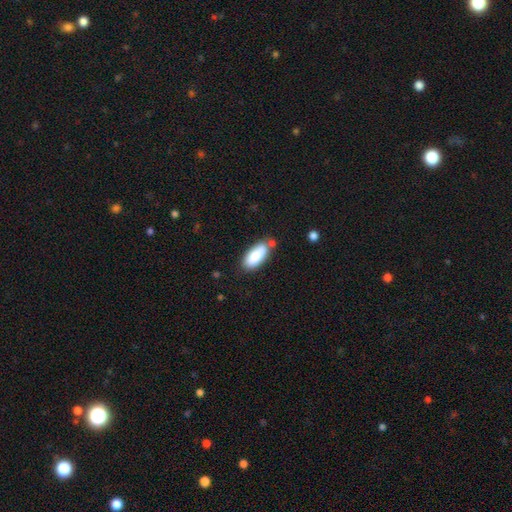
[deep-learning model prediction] Q: Smooth or featured?
A: smooth (86%); runner-up: featured or disk (8%)
Q: How rounded?
A: in between (81%); runner-up: cigar-shaped (17%)
Q: Merging?
A: none (67%); runner-up: minor disturbance (18%)